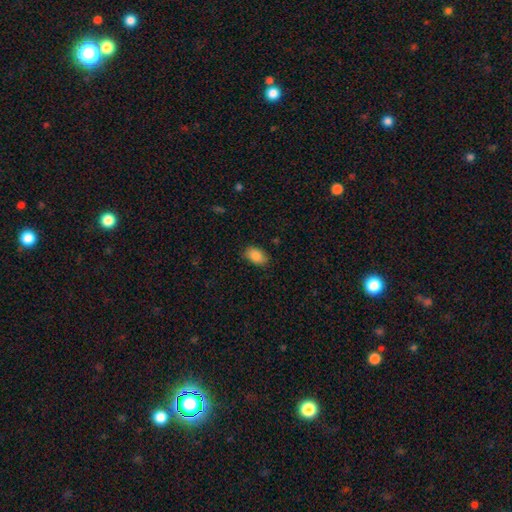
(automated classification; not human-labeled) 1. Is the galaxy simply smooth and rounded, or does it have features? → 88% smooth, 7% star or artifact, 5% featured or disk.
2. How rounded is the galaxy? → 90% in between, 9% round, 1% cigar-shaped.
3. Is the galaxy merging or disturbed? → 84% none, 12% minor disturbance, 3% major disturbance, 1% merger.